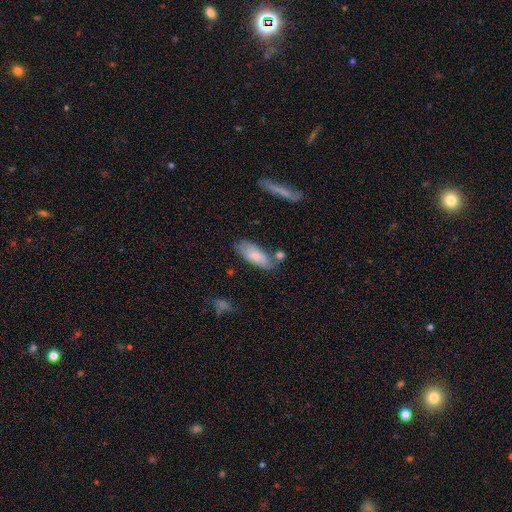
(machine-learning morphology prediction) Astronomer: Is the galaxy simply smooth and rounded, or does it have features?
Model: smooth — 79%.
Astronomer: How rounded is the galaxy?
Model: in between — 75%.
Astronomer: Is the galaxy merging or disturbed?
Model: none — 62%.